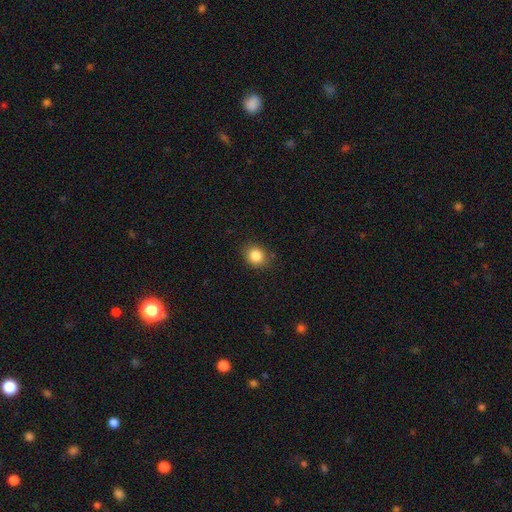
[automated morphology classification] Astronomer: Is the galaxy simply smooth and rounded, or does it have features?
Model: smooth — 85%.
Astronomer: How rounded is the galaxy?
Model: round — 69%.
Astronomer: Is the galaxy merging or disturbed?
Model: none — 83%.